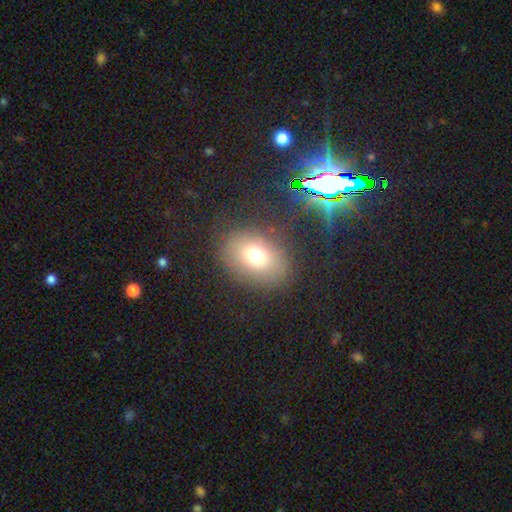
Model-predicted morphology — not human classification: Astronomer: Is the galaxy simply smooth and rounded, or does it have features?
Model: smooth — 70%.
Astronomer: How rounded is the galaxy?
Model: in between — 62%.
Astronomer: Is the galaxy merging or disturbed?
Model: none — 79%.